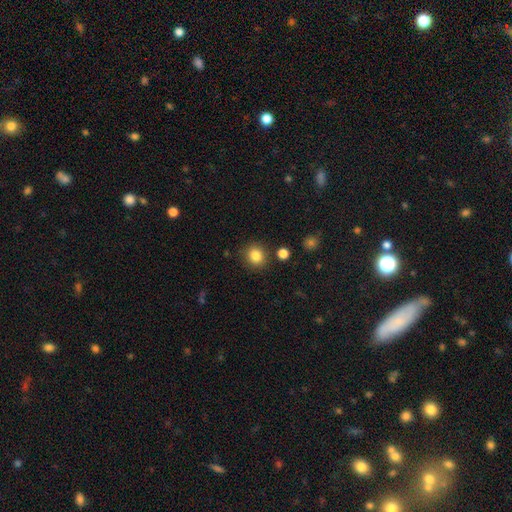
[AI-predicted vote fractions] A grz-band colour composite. It shows a smooth galaxy with no disk features (84%) that is round (85%). Merging: none (86%).